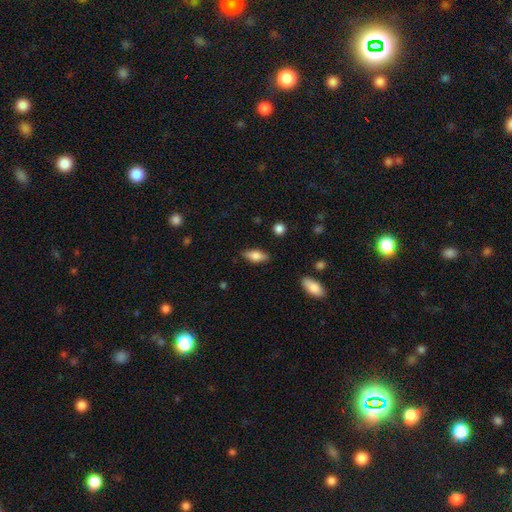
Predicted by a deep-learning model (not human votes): Morphology: type=smooth (69%); roundness=in between (75%); merging=none (84%).